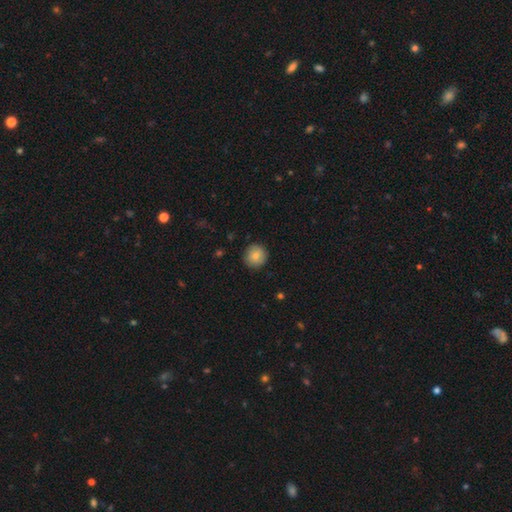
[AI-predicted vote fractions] smooth_or_featured: smooth (p=0.78) [alt: featured or disk p=0.14]
how_rounded: round (p=0.94) [alt: in between p=0.05]
merging: none (p=0.88) [alt: minor disturbance p=0.09]